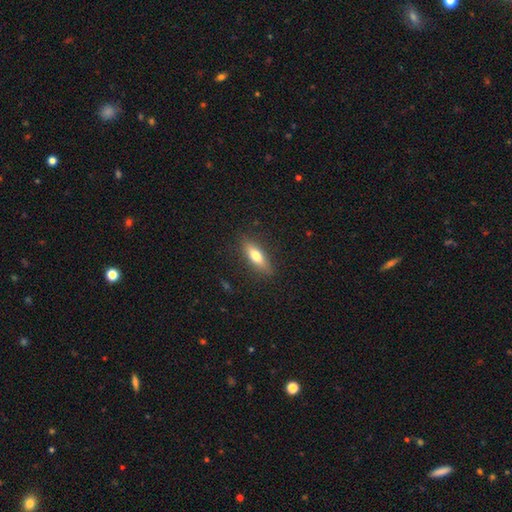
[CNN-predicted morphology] type=smooth (65%); roundness=cigar-shaped (49%); merging=none (85%).